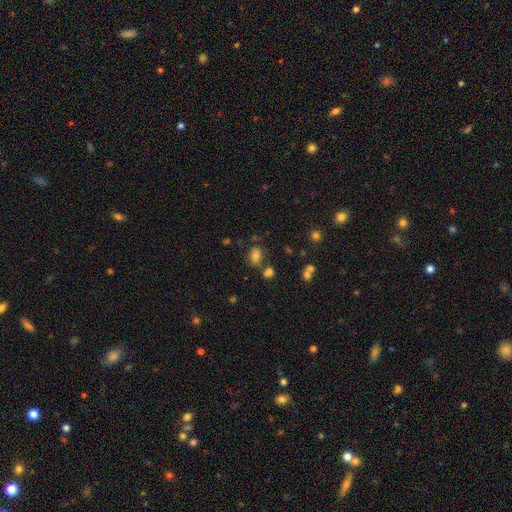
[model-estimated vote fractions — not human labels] smooth_or_featured: smooth (p=0.78) [alt: star or artifact p=0.14]
how_rounded: in between (p=0.81) [alt: round p=0.18]
merging: none (p=0.64) [alt: merger p=0.16]